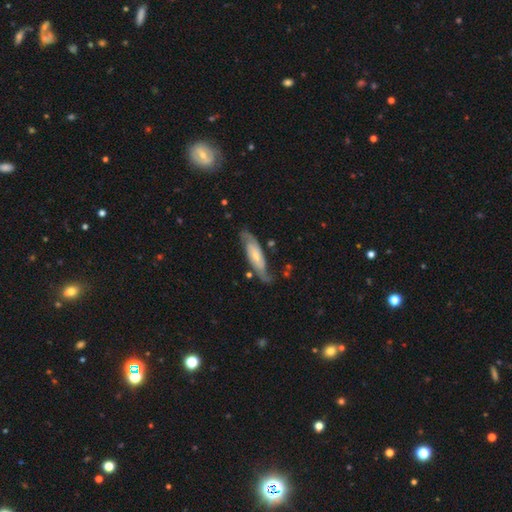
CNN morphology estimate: Smooth or featured? featured or disk (77%)
Edge-on disk? no (85%)
Bar? no (65%)
Spiral arms? yes (93%)
Spiral winding? medium (41%)
Spiral arm count? 2 (85%)
Bulge size? small (67%)
Merging? none (72%)